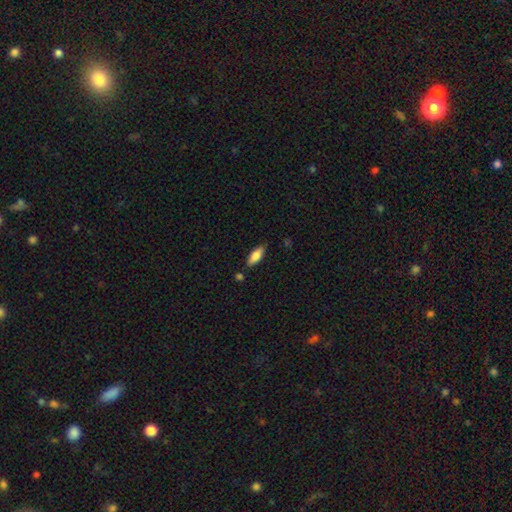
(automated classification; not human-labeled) A smooth galaxy with no disk features (78%) that is in between round and cigar-shaped (71%). Merging: none (78%).